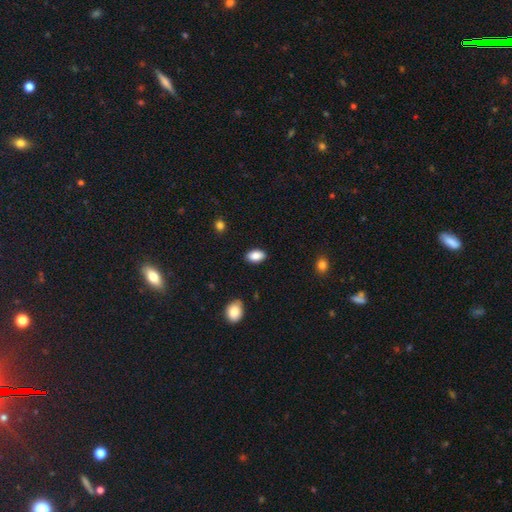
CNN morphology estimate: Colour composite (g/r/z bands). It shows a smooth galaxy with no disk features (87%) that is in between round and cigar-shaped (91%). Merging: none (88%).